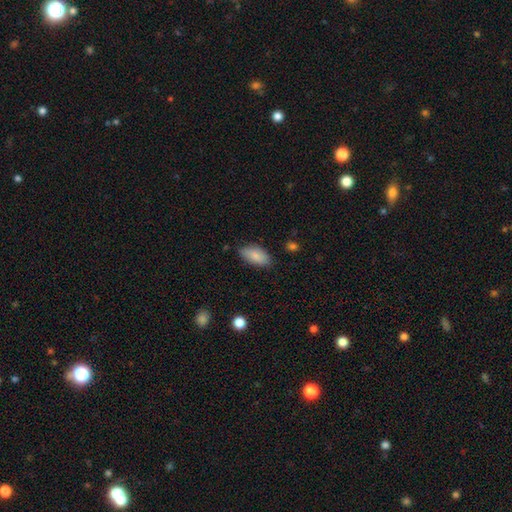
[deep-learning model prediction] Morphology: type=smooth (84%); roundness=in between (92%); merging=none (78%).